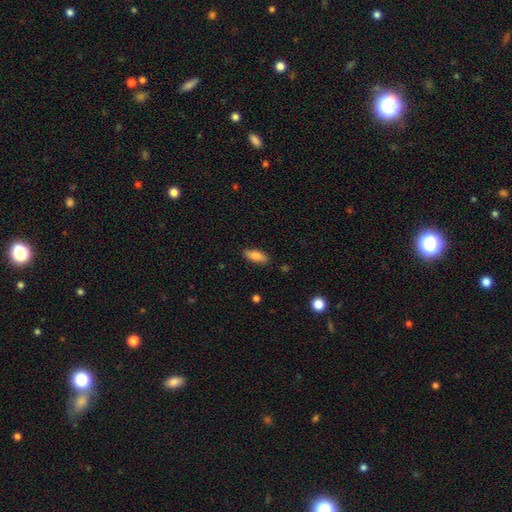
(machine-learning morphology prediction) type=smooth (84%); roundness=in between (77%); merging=none (84%).